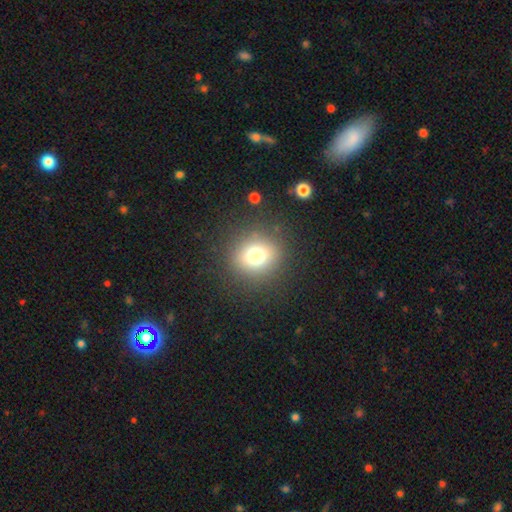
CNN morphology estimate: type=smooth (74%); roundness=round (86%); merging=none (87%).